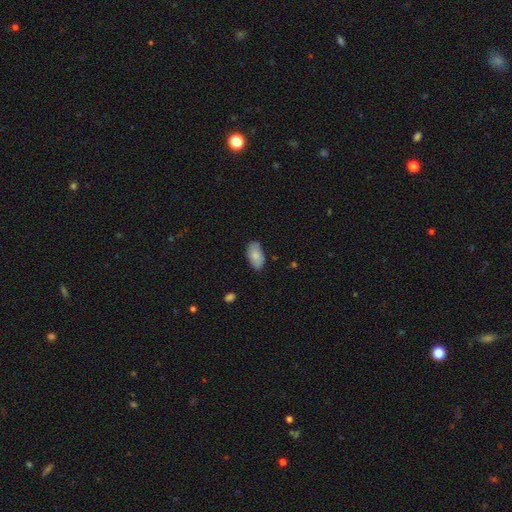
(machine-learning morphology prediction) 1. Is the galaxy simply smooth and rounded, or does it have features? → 82% smooth, 12% featured or disk, 6% star or artifact.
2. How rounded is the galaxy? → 94% in between, 3% round, 2% cigar-shaped.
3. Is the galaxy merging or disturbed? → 80% none, 16% minor disturbance, 3% major disturbance, 1% merger.